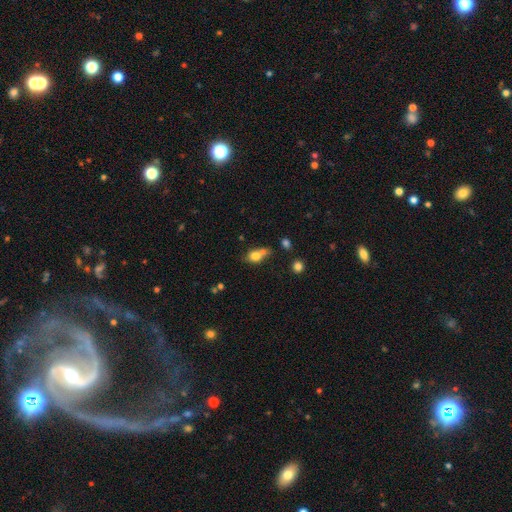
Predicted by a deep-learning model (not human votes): Smooth or featured? Predicted: smooth (p=0.75). How rounded? Predicted: in between (p=0.53). Merging? Predicted: merger (p=0.40).